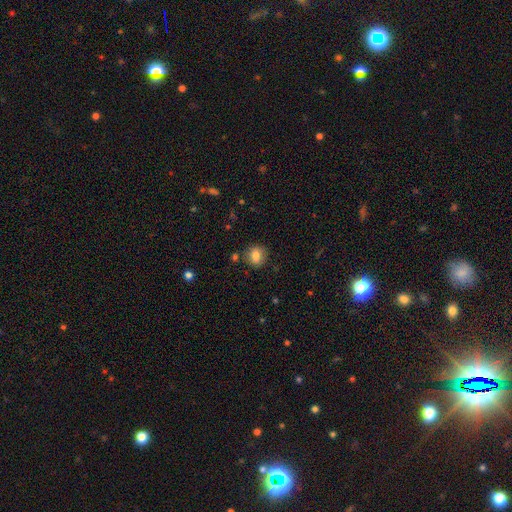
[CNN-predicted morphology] A smooth galaxy with no disk features (81%) that is round (77%).

Vote fractions:
- Smooth or featured? smooth: 81% / star or artifact: 10% / featured or disk: 9%
- How rounded? round: 77% / in between: 22% / cigar-shaped: 1%
- Merging? none: 84% / minor disturbance: 10% / merger: 3% / major disturbance: 3%